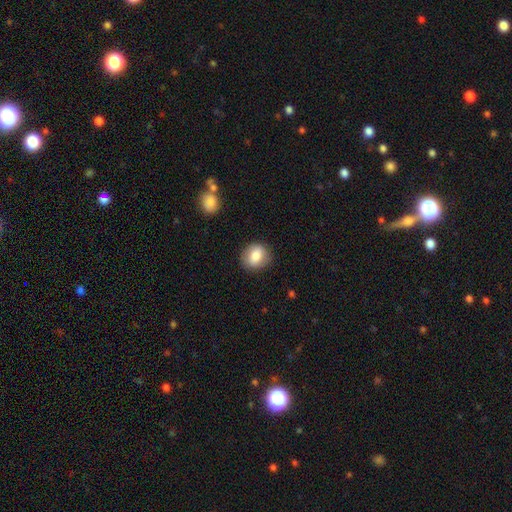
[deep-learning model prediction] This appears to be a smooth galaxy with no disk features (79%) that is round (66%). Merging: none (86%).